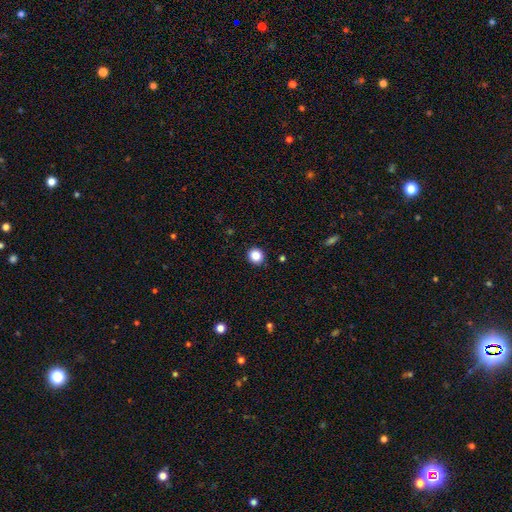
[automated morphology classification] Smooth or featured? Predicted: smooth (p=0.87). How rounded? Predicted: round (p=0.89). Merging? Predicted: none (p=0.92).